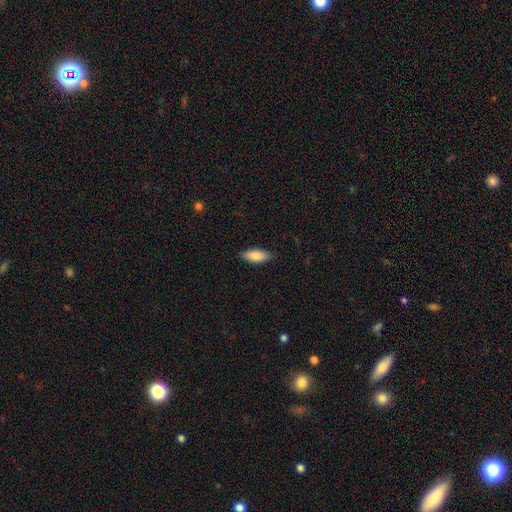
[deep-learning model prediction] Overall: smooth (85%). How rounded: in between (78%). Merging: none (84%).